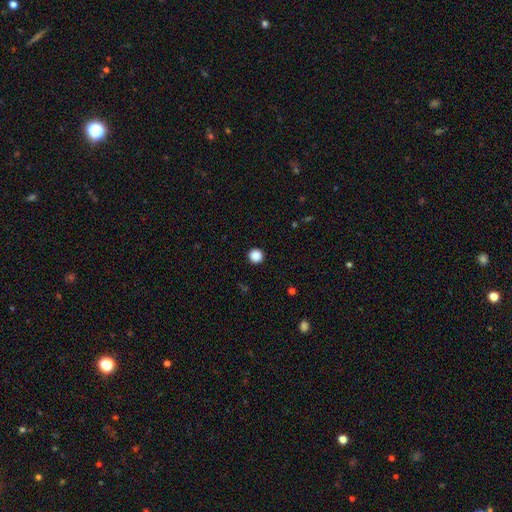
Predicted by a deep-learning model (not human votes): Overall: smooth (88%). How rounded: round (95%). Merging: none (93%).